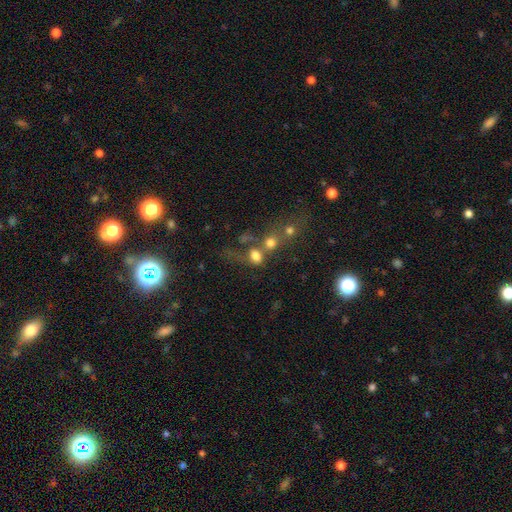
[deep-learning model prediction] Morphology: type=smooth (70%); roundness=in between (55%); merging=merger (45%).